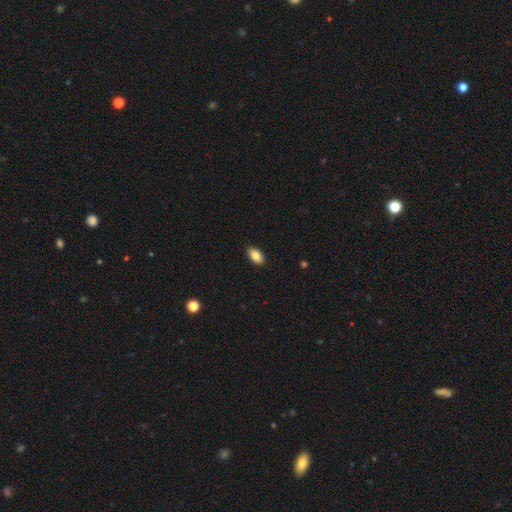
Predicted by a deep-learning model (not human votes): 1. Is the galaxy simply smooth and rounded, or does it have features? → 86% smooth, 8% star or artifact, 6% featured or disk.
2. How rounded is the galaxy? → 93% in between, 5% round, 2% cigar-shaped.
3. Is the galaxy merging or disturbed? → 90% none, 7% minor disturbance, 2% major disturbance, 1% merger.